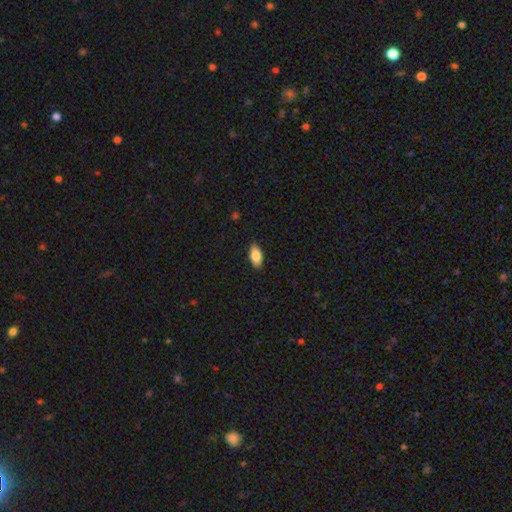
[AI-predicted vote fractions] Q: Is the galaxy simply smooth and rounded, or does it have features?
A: smooth — 82%.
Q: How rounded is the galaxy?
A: in between — 90%.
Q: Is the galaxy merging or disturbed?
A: none — 88%.